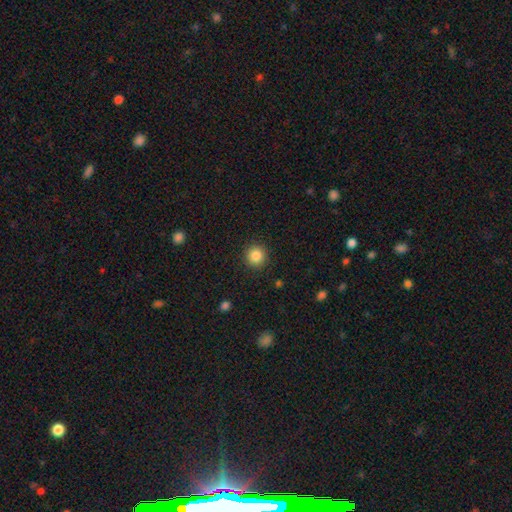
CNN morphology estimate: Smooth or featured: smooth — 86% (star or artifact — 10%)
How rounded: round — 93% (in between — 6%)
Merging: none — 91% (minor disturbance — 6%)